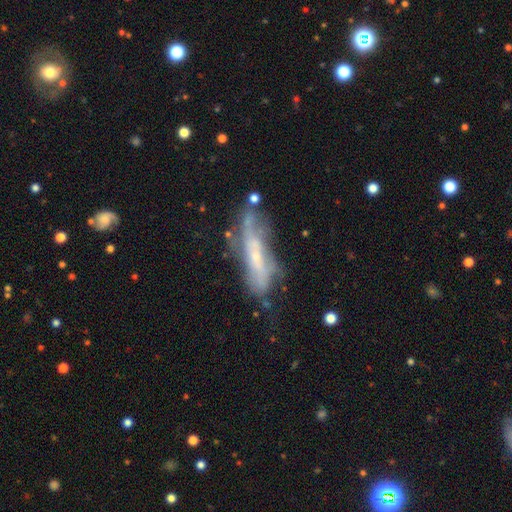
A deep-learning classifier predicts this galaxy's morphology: A featured or disk galaxy (66%). Merging: none (50%).